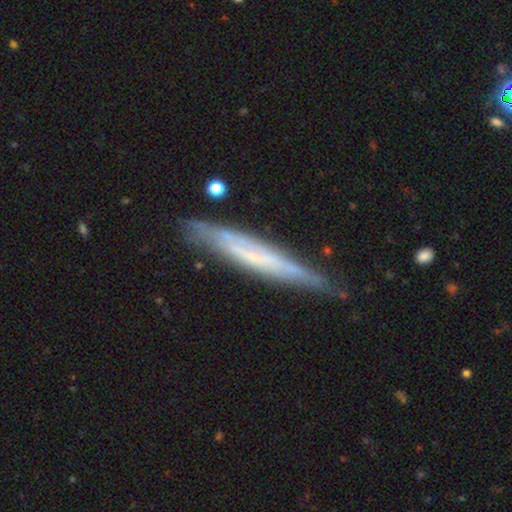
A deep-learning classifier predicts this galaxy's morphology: Smooth or featured?
  - featured or disk: 61% *
  - smooth: 32%
  - star or artifact: 7%
Edge-on disk?
  - yes: 85% *
  - no: 15%
Edge-on bulge?
  - none: 77% *
  - rounded: 13%
  - boxy: 11%
Merging?
  - none: 77% *
  - minor disturbance: 17%
  - major disturbance: 4%
  - merger: 2%